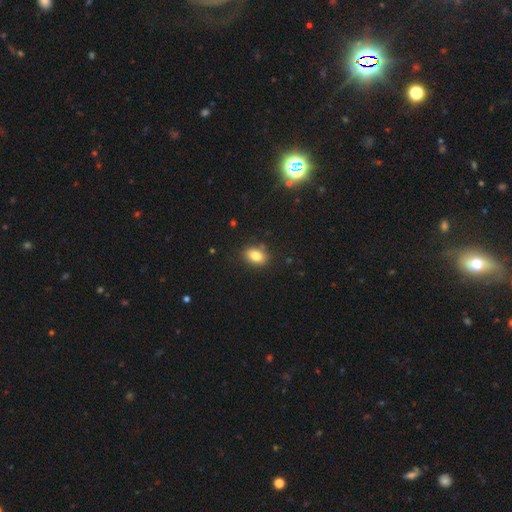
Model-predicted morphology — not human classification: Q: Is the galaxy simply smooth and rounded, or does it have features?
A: smooth — 82%.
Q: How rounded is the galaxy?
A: in between — 78%.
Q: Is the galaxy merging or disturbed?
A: none — 83%.